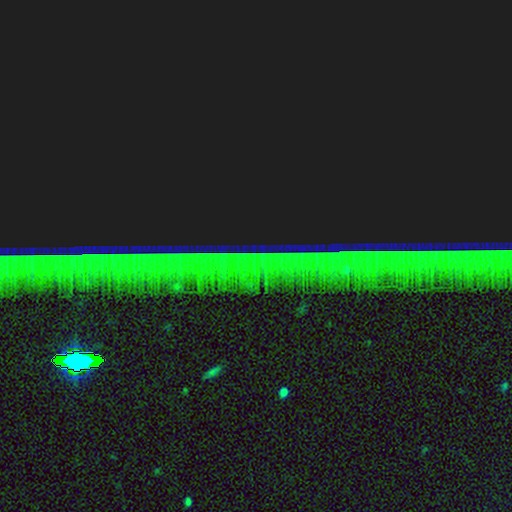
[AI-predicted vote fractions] Q: Smooth or featured?
A: star or artifact (84%); runner-up: featured or disk (9%)